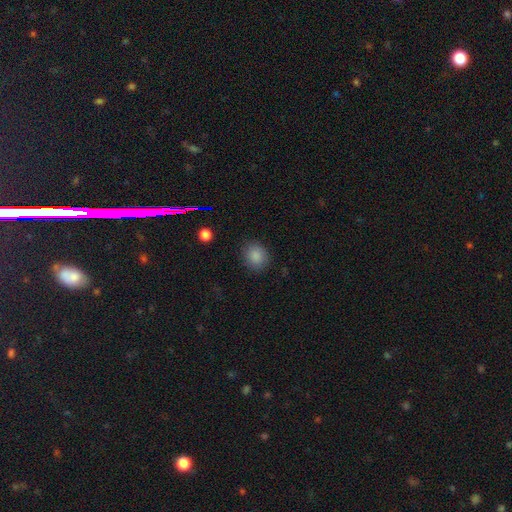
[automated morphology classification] This is clearly a smooth galaxy (86%). How rounded: likely round (71%). Merging: clearly none (85%).